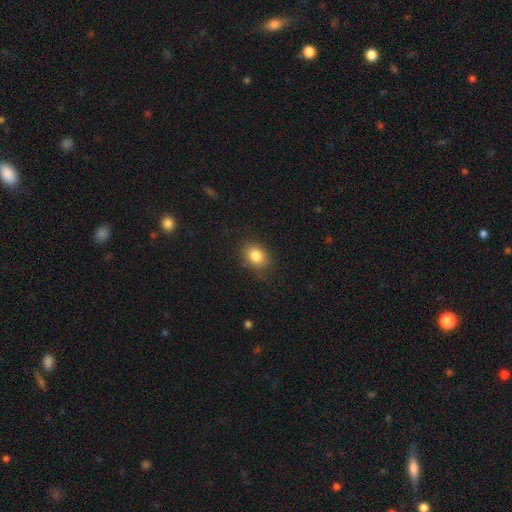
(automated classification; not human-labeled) smooth_or_featured: smooth (p=0.84) [alt: star or artifact p=0.10]
how_rounded: in between (p=0.58) [alt: round p=0.41]
merging: none (p=0.81) [alt: minor disturbance p=0.14]